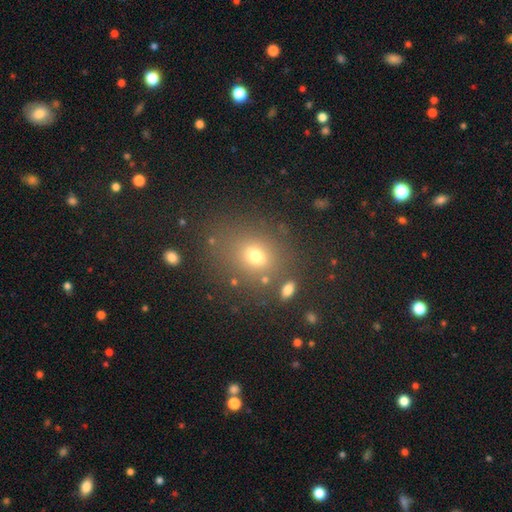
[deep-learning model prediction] Overall: smooth (66%). How rounded: in between (49%, tied with round). Merging: none (73%).